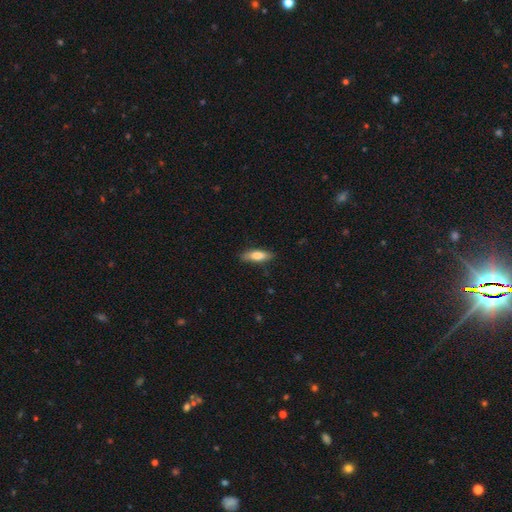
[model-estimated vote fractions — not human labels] Smooth or featured? smooth (76%)
How rounded? in between (53%)
Merging? none (83%)